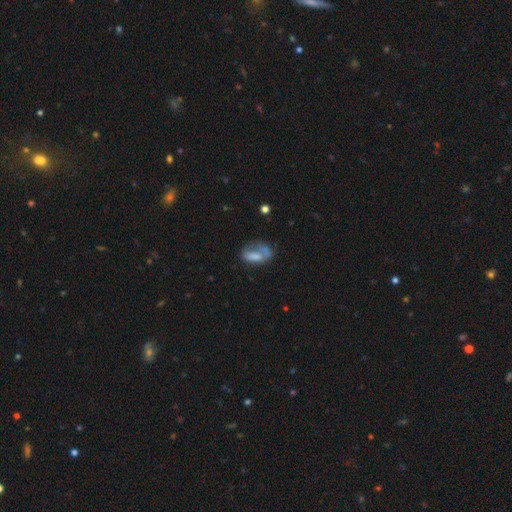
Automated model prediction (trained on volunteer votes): smooth_or_featured: smooth (p=0.59) [alt: featured or disk p=0.31]
how_rounded: in between (p=0.84) [alt: cigar-shaped p=0.09]
merging: major disturbance (p=0.31) [alt: none p=0.30]